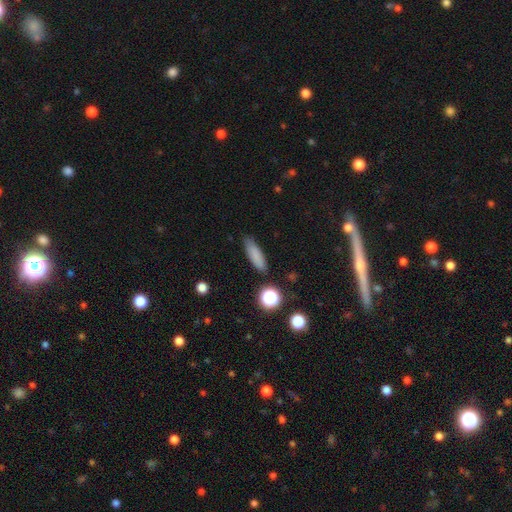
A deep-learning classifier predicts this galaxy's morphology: Smooth or featured?
  - smooth: 82% *
  - star or artifact: 10%
  - featured or disk: 8%
How rounded?
  - cigar-shaped: 57% *
  - in between: 39%
  - round: 4%
Merging?
  - none: 84% *
  - minor disturbance: 11%
  - major disturbance: 3%
  - merger: 2%